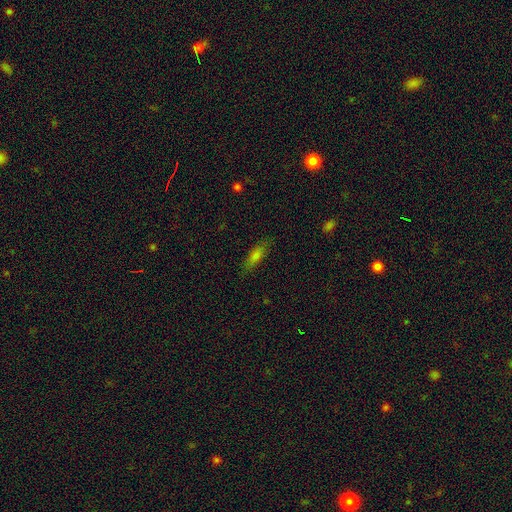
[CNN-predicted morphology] Q: Smooth or featured?
A: smooth (67%); runner-up: featured or disk (21%)
Q: How rounded?
A: cigar-shaped (51%); runner-up: in between (46%)
Q: Merging?
A: none (83%); runner-up: minor disturbance (12%)